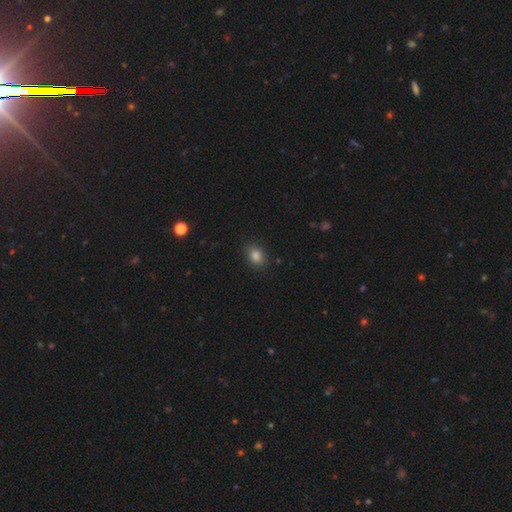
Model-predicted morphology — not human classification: type=smooth (83%); roundness=in between (55%); merging=none (86%).